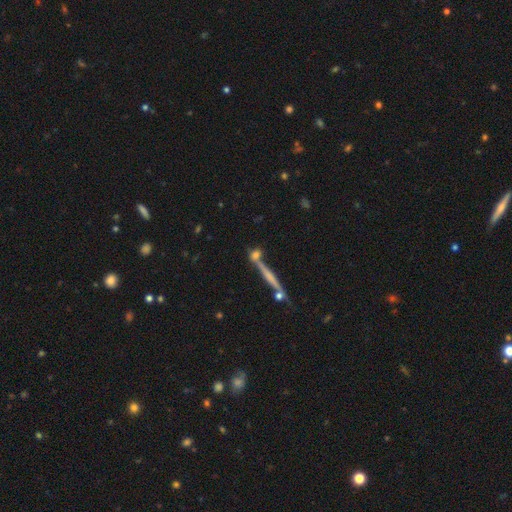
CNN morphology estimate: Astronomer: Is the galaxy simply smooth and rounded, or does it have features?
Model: smooth — 57%.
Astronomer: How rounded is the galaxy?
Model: cigar-shaped — 43% (runner-up: round, 36%).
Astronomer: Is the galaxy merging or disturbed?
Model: none — 59%.